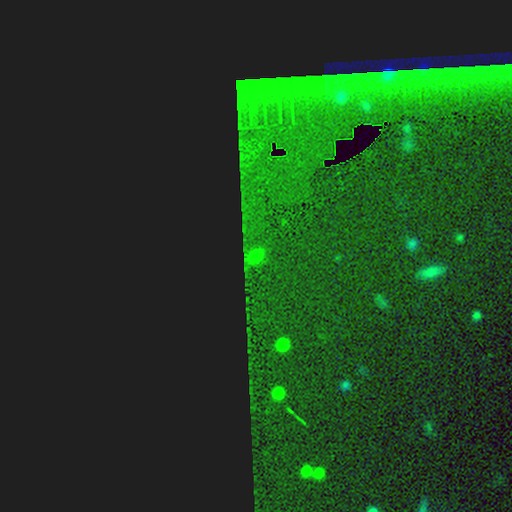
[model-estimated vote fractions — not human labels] This appears to be a star or artifact, not a galaxy (76%).